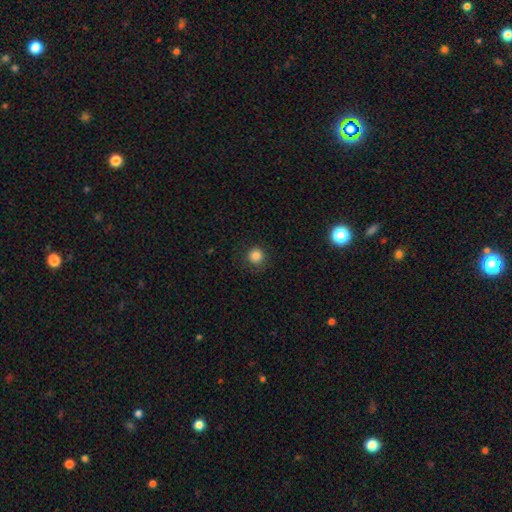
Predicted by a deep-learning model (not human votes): smooth_or_featured: smooth (p=0.85) [alt: star or artifact p=0.12]
how_rounded: round (p=0.94) [alt: in between p=0.05]
merging: none (p=0.88) [alt: minor disturbance p=0.08]